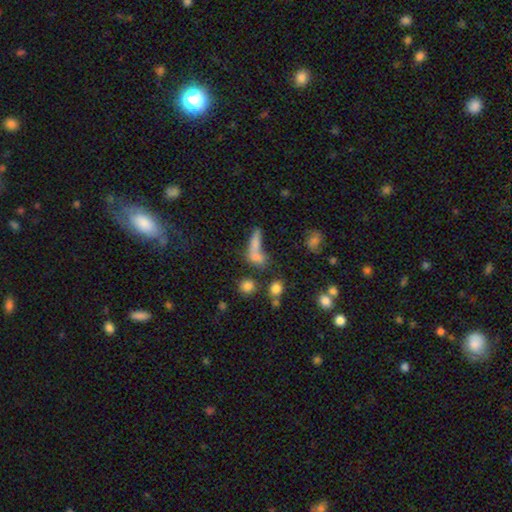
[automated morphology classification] Smooth or featured? Predicted: smooth (p=0.64). How rounded? Predicted: cigar-shaped (p=0.41). Merging? Predicted: merger (p=0.41).